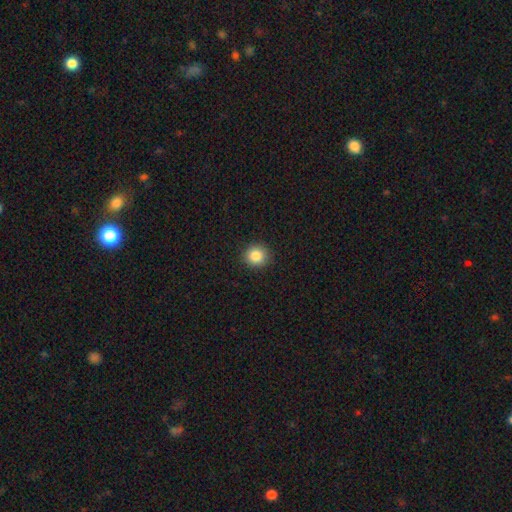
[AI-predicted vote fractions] This appears to be a smooth galaxy with no disk features (85%) that is round (90%). Merging: none (91%).